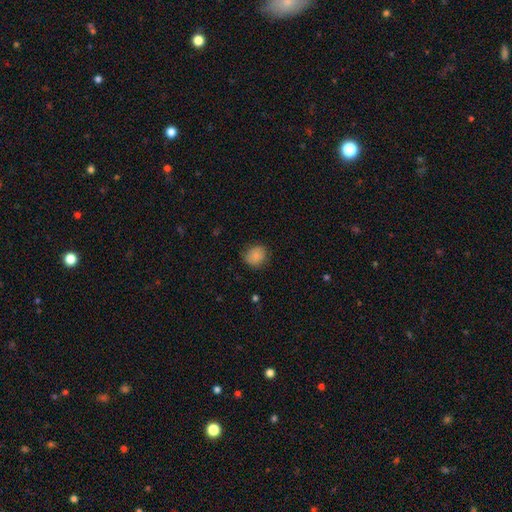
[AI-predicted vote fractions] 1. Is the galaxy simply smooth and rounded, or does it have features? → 83% smooth, 8% star or artifact, 8% featured or disk.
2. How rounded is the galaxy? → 72% round, 27% in between, 1% cigar-shaped.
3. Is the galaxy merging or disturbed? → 78% none, 17% minor disturbance, 4% major disturbance, 1% merger.